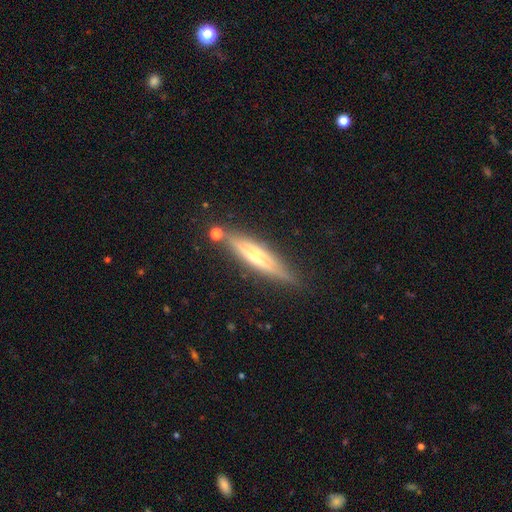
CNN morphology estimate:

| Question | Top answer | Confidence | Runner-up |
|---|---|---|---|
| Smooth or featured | featured or disk | 67% | smooth (25%) |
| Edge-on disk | yes | 94% | no (6%) |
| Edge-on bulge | rounded | 59% | none (24%) |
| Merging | none | 83% | minor disturbance (11%) |